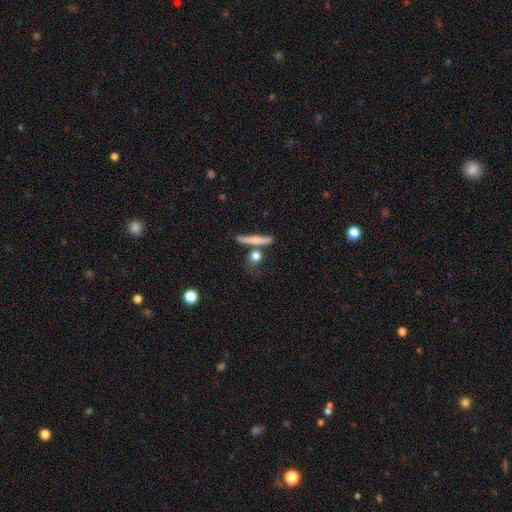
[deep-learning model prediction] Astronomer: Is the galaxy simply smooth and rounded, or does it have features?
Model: smooth — 70%.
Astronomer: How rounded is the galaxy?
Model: round — 49% (runner-up: cigar-shaped, 32%).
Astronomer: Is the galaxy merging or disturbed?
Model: none — 59%.